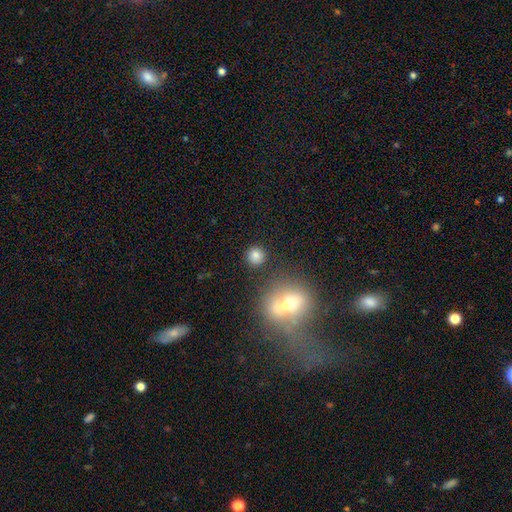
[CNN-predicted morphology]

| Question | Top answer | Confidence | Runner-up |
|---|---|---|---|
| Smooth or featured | smooth | 82% | star or artifact (12%) |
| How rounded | round | 91% | in between (8%) |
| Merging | none | 86% | minor disturbance (7%) |